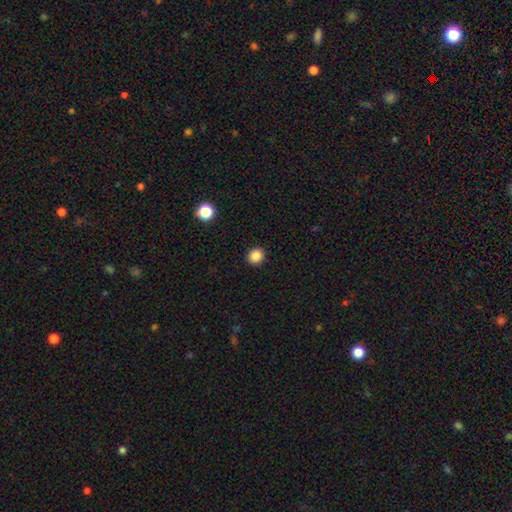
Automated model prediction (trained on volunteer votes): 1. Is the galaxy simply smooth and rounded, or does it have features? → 86% smooth, 11% star or artifact, 3% featured or disk.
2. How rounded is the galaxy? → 85% round, 14% in between, 1% cigar-shaped.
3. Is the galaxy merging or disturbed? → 92% none, 5% minor disturbance, 2% major disturbance, 1% merger.